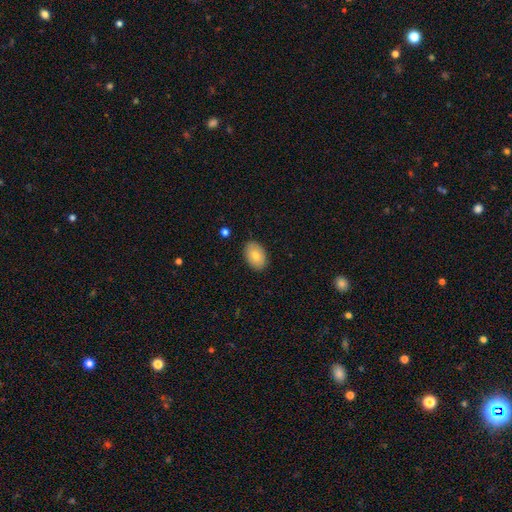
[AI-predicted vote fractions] smooth 78%, featured or disk 15%, star or artifact 7%. Down the decision tree: how rounded — in between (88%); merging — none (87%).